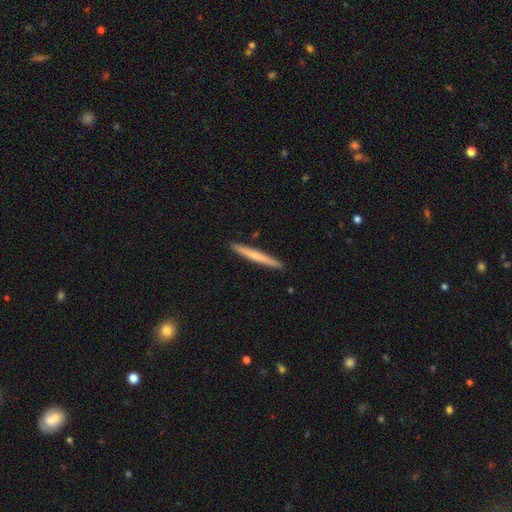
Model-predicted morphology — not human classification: Q: Smooth or featured?
A: smooth (56%); runner-up: featured or disk (38%)
Q: How rounded?
A: cigar-shaped (97%); runner-up: in between (2%)
Q: Merging?
A: none (92%); runner-up: minor disturbance (5%)